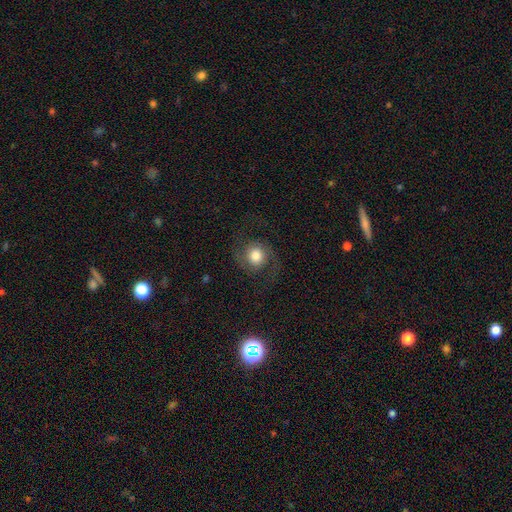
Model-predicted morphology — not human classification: A featured or disk galaxy (57%) with no bar (74%), 2 (92%) loose (46%) spiral arms (91%) and a moderate central bulge (42%). Merging: none (73%).